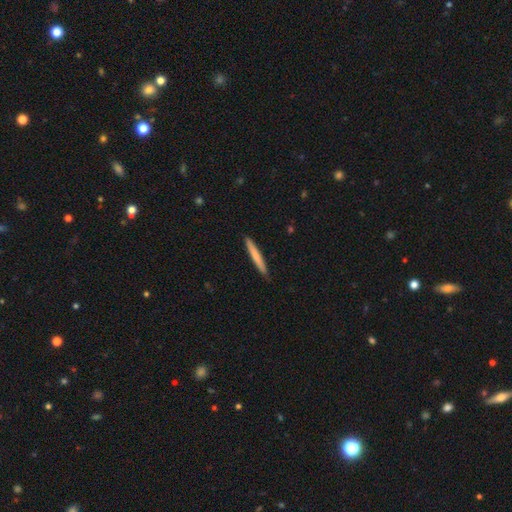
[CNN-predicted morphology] Smooth or featured? smooth (70%)
How rounded? cigar-shaped (96%)
Merging? none (89%)